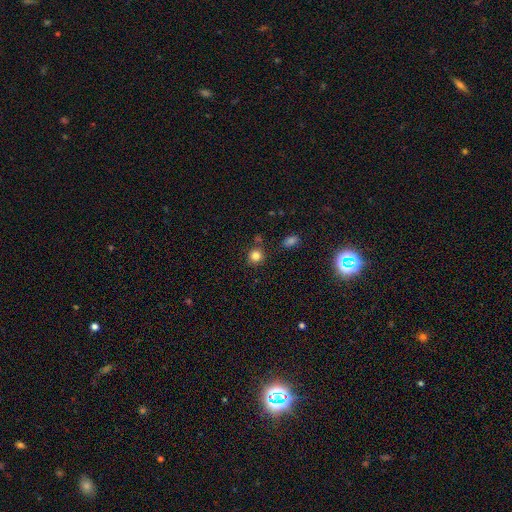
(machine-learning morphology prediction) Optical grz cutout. It shows a smooth galaxy with no disk features (83%) that is round (88%). Merging: none (81%).